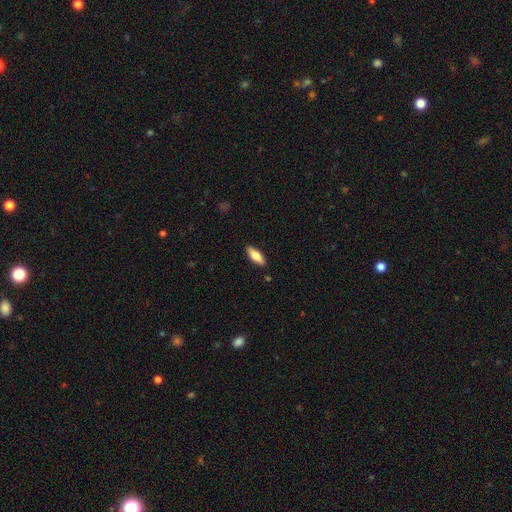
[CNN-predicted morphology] The model was most divided on "how rounded": in between: 67%, cigar-shaped: 31%, round: 2%. More confident: merging — none (89%); smooth or featured — smooth (76%).